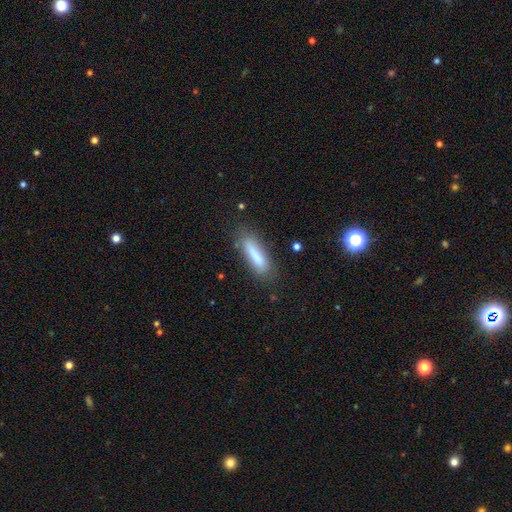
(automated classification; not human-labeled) Morphology: type=smooth (78%); roundness=cigar-shaped (70%); merging=none (76%).